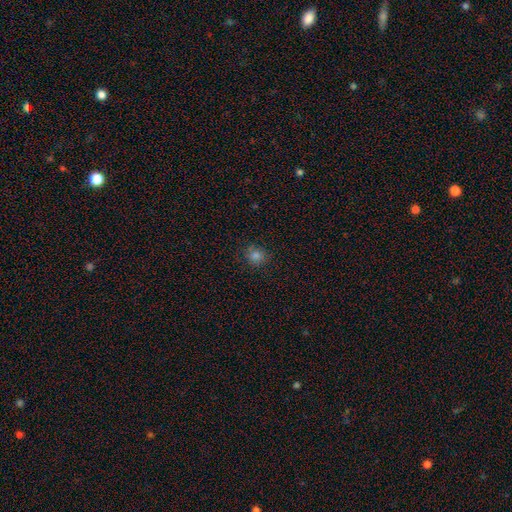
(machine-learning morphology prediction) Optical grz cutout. It shows a smooth galaxy with no disk features (79%) that is round (83%). Merging: none (86%).